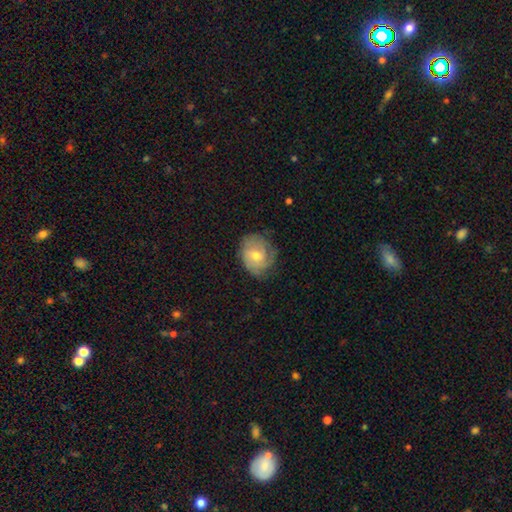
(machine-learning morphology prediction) This is possibly a featured or disk galaxy (56%). It is clearly not viewed edge-on (97%). Bar: likely no (68%). Spiral arm pattern: clearly yes (83%). Central bulge: possibly moderate (58%). Merging: likely none (68%).